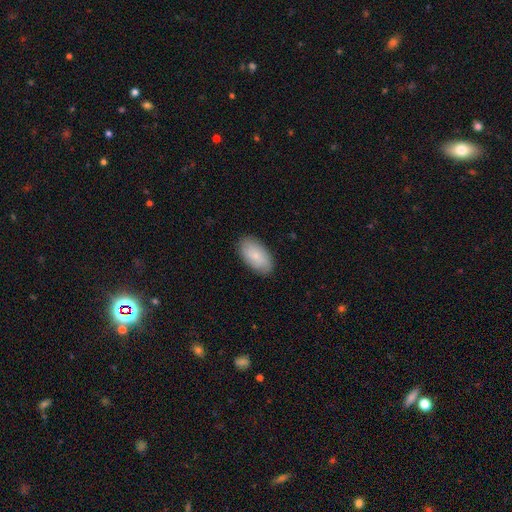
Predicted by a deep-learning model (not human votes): Smooth or featured? smooth (80%)
How rounded? in between (95%)
Merging? none (87%)